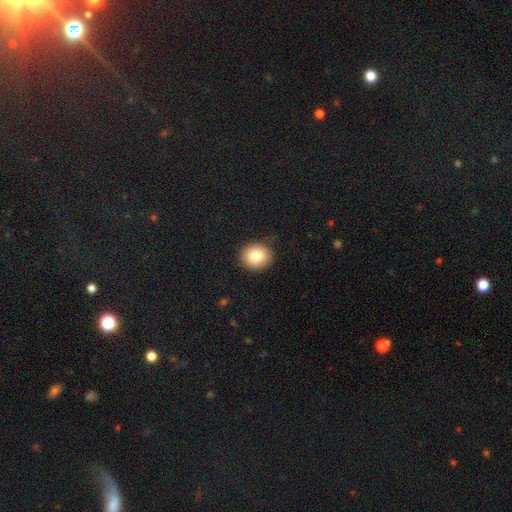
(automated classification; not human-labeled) Overall: smooth (84%). How rounded: round (78%). Merging: none (86%).